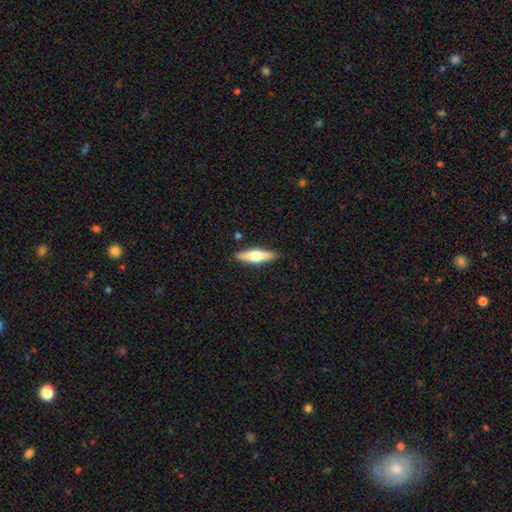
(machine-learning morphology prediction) Smooth or featured? smooth (48%)
Merging? none (89%)